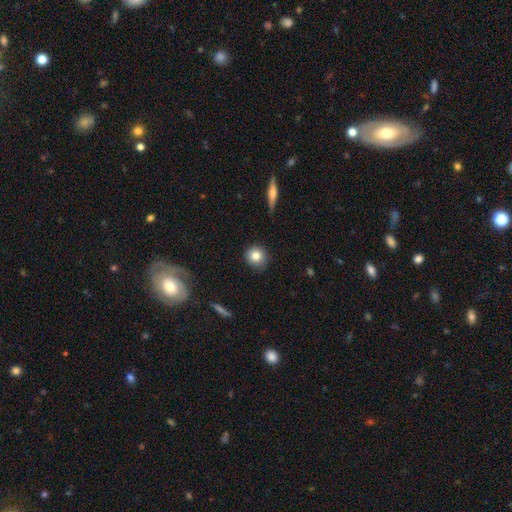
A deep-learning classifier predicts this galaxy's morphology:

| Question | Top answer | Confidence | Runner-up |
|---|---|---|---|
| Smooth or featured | smooth | 80% | featured or disk (10%) |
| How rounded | round | 91% | in between (8%) |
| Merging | none | 87% | minor disturbance (9%) |